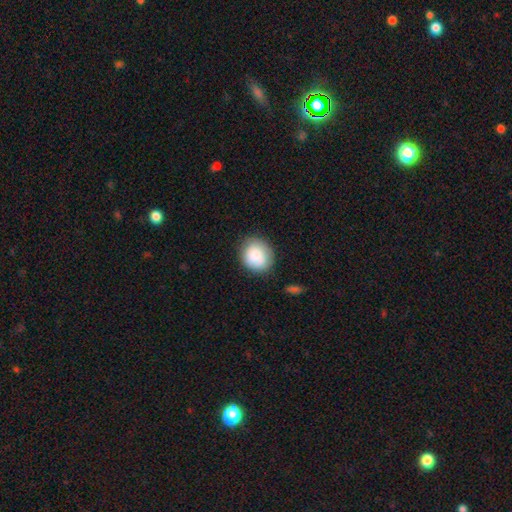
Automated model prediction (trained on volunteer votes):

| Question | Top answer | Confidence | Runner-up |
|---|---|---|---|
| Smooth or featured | smooth | 79% | featured or disk (14%) |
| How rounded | round | 68% | in between (31%) |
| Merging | none | 76% | minor disturbance (16%) |